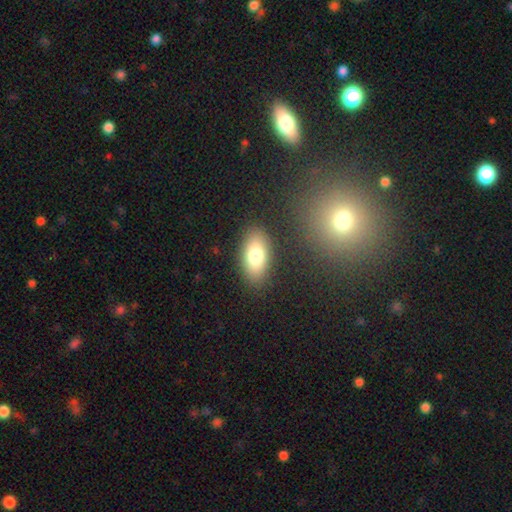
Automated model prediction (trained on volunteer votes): Smooth or featured: smooth — 77% (featured or disk — 14%)
How rounded: in between — 90% (round — 5%)
Merging: none — 86% (minor disturbance — 9%)